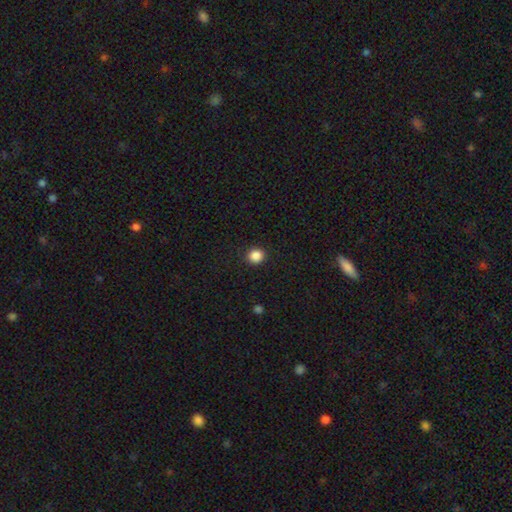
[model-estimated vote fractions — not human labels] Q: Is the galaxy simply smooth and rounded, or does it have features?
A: smooth — 87%.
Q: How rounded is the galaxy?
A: round — 89%.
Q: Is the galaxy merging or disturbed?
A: none — 92%.